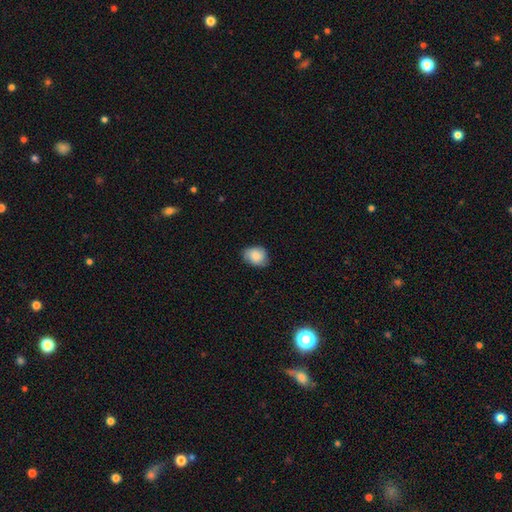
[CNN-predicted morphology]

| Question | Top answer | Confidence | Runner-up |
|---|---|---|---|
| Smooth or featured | smooth | 83% | featured or disk (9%) |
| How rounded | in between | 53% | round (46%) |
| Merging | none | 76% | minor disturbance (20%) |